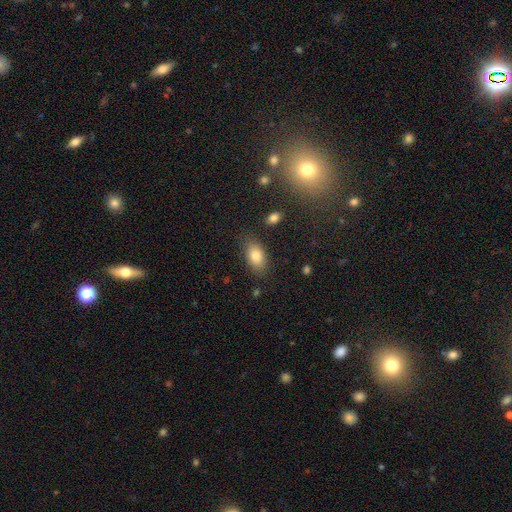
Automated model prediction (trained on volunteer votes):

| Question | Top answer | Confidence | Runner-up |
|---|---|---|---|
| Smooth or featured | smooth | 82% | featured or disk (10%) |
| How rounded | in between | 90% | round (7%) |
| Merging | none | 81% | minor disturbance (13%) |